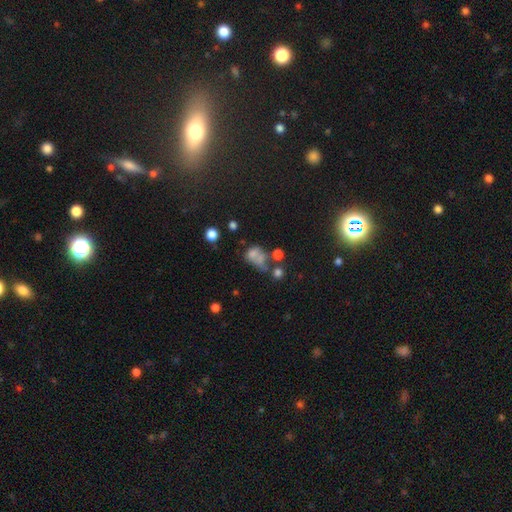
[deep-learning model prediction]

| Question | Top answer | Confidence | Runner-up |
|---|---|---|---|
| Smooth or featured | smooth | 57% | featured or disk (24%) |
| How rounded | in between | 61% | round (37%) |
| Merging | merger | 37% | major disturbance (25%) |